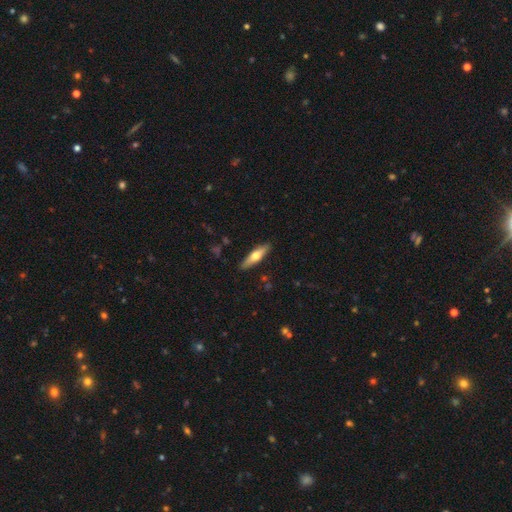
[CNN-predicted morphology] Smooth or featured: smooth — 50% (featured or disk — 45%)
Merging: none — 89% (minor disturbance — 8%)